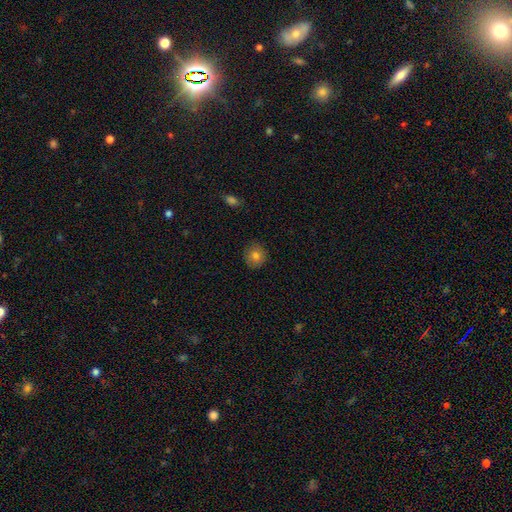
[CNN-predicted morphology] smooth_or_featured: smooth (p=0.80) [alt: star or artifact p=0.10]
how_rounded: round (p=0.86) [alt: in between p=0.13]
merging: none (p=0.87) [alt: minor disturbance p=0.09]